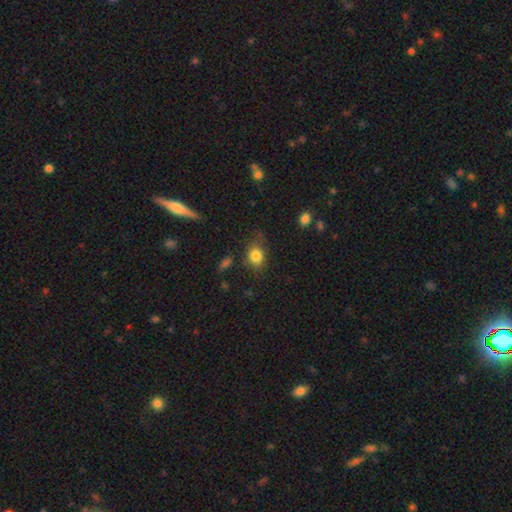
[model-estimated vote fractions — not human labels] Q: Smooth or featured?
A: smooth (82%); runner-up: star or artifact (10%)
Q: How rounded?
A: in between (52%); runner-up: round (46%)
Q: Merging?
A: none (65%); runner-up: minor disturbance (24%)